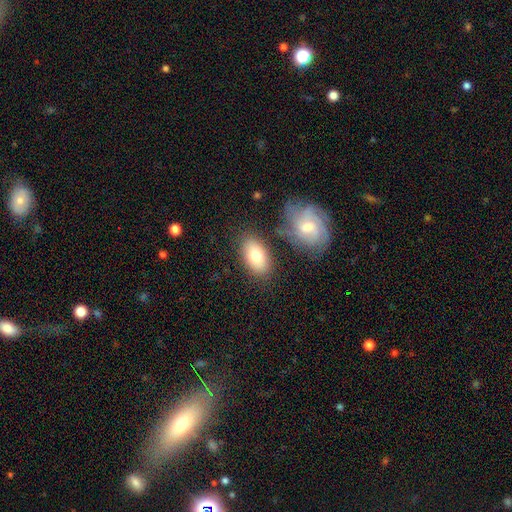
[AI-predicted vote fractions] Smooth or featured: smooth — 78% (featured or disk — 15%)
How rounded: in between — 91% (round — 7%)
Merging: none — 77% (minor disturbance — 13%)